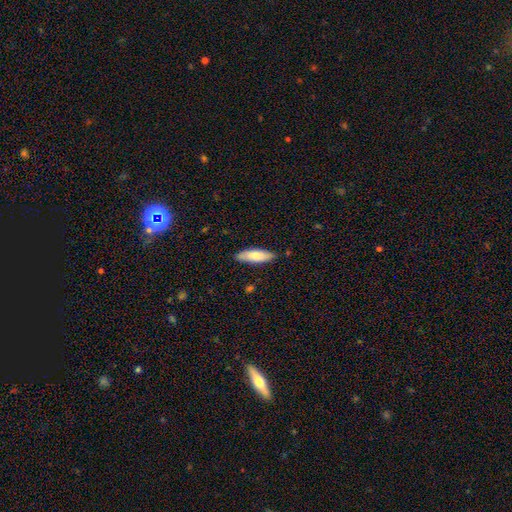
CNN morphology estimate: smooth 76%, featured or disk 18%, star or artifact 6%. Down the decision tree: how rounded — in between (57%); merging — none (83%).